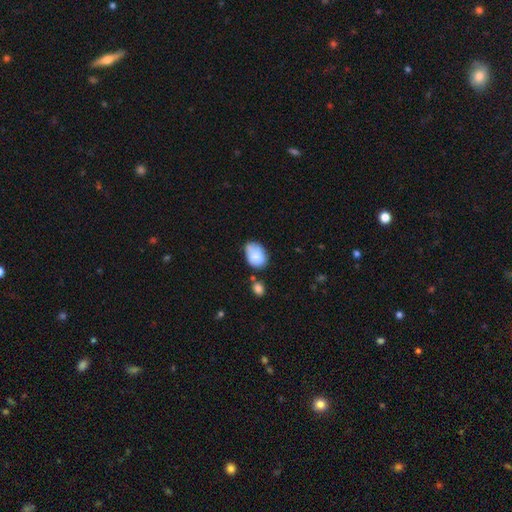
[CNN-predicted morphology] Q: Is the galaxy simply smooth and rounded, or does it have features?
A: smooth — 82%.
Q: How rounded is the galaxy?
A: in between — 82%.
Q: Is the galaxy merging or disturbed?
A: none — 47%.